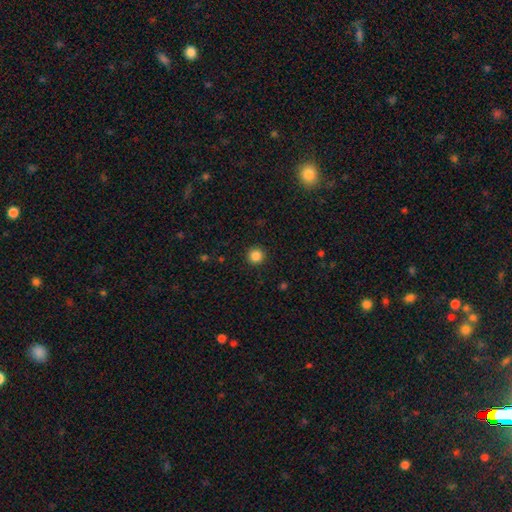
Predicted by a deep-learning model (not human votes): A smooth galaxy with no disk features (86%) that is round (95%).

Vote fractions:
- Smooth or featured? smooth: 86% / star or artifact: 11% / featured or disk: 3%
- How rounded? round: 95% / in between: 4% / cigar-shaped: 1%
- Merging? none: 92% / minor disturbance: 5% / major disturbance: 2% / merger: 1%